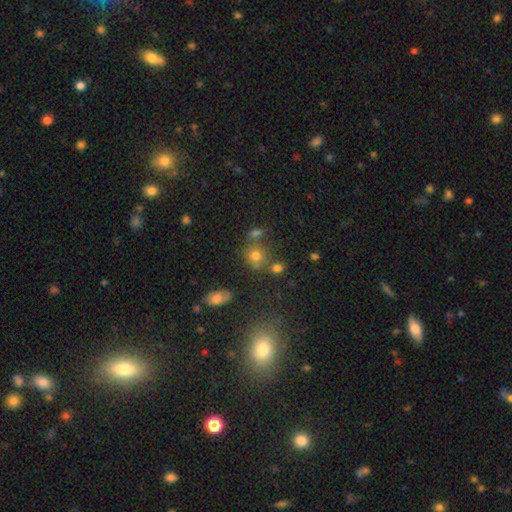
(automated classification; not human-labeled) Overall: smooth (73%). How rounded: round (78%). Merging: none (59%; merger 21%).